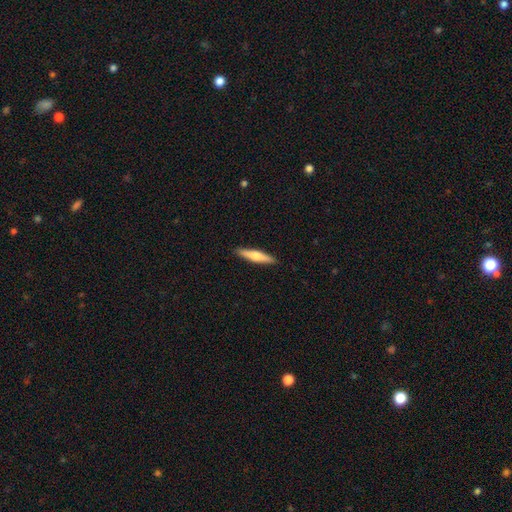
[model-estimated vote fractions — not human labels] The model was most divided on "smooth or featured": smooth: 50%, featured or disk: 44%, star or artifact: 5%. More confident: merging — none (91%); how rounded — cigar-shaped (87%).